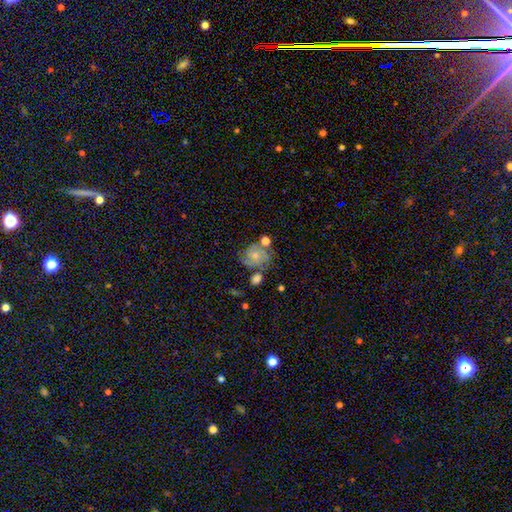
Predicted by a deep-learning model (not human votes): Smooth or featured? featured or disk (57%)
Edge-on disk? no (98%)
Bar? no (77%)
Spiral arms? yes (83%)
Bulge size? small (57%)
Merging? none (48%)